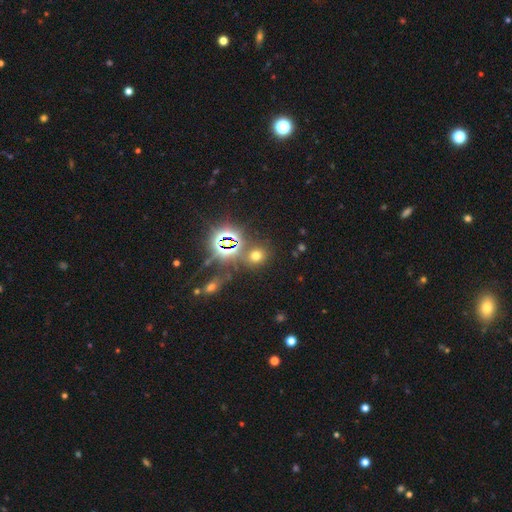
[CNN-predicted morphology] smooth_or_featured: smooth (p=0.53) [alt: star or artifact p=0.40]
how_rounded: round (p=0.79) [alt: in between p=0.20]
merging: none (p=0.78) [alt: minor disturbance p=0.09]